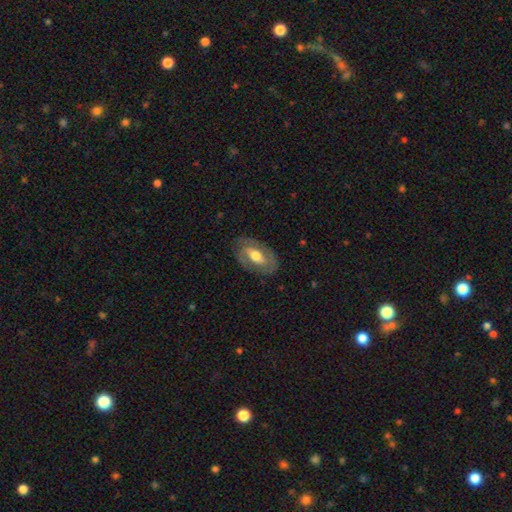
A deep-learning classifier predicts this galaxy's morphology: A featured or disk galaxy (60%) with no bar (36%), spiral arms (55%) and a moderate central bulge (67%). Merging: none (80%).